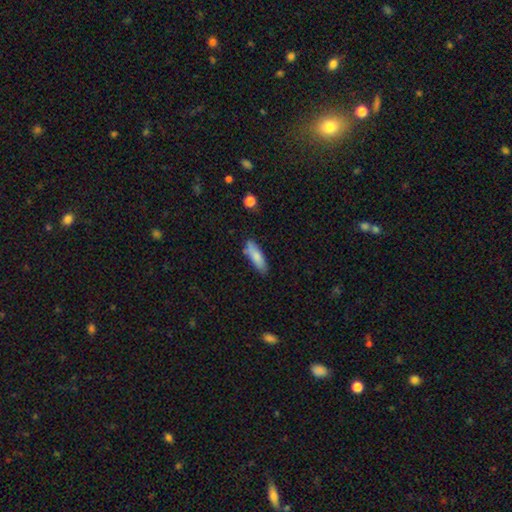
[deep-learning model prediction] smooth-or-featured: smooth: 81% | featured or disk: 13% | star or artifact: 6%
  how-rounded: cigar-shaped: 53% | in between: 45% | round: 2%
  merging: none: 72% | minor disturbance: 19% | merger: 5% | major disturbance: 4%